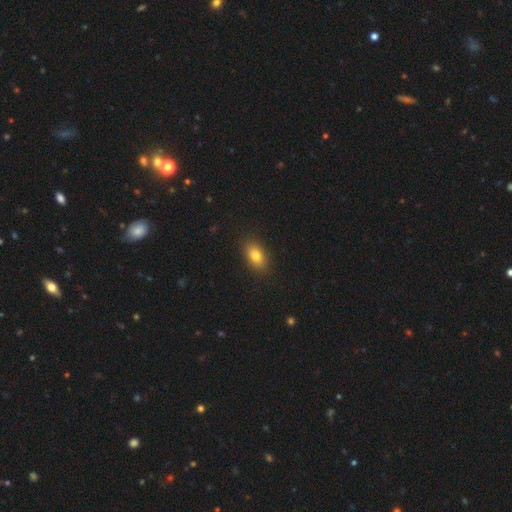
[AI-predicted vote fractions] Morphology: type=smooth (81%); roundness=in between (86%); merging=none (88%).